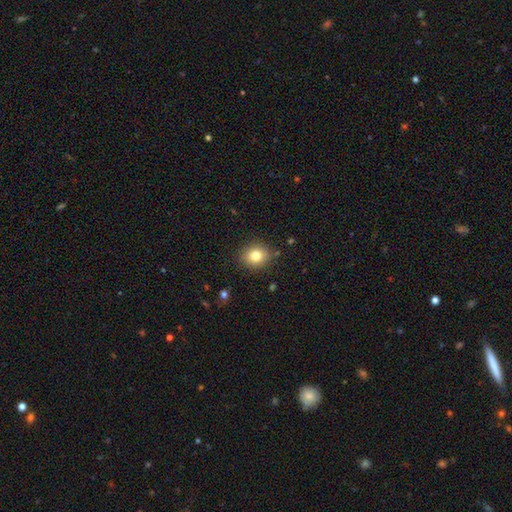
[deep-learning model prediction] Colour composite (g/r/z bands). It shows a smooth galaxy with no disk features (80%) that is round (72%). Merging: none (87%).